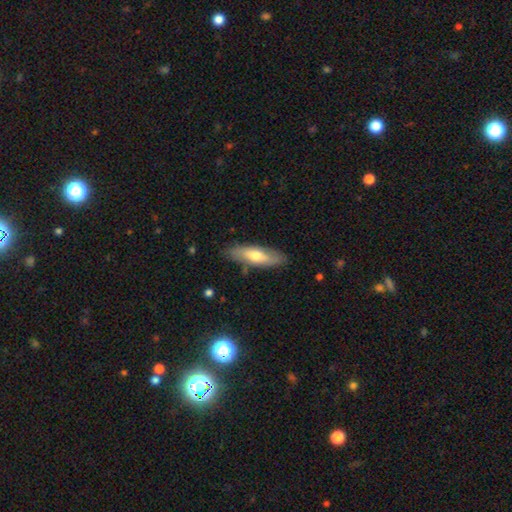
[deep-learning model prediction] Smooth or featured: smooth — 55% (featured or disk — 39%)
How rounded: in between — 57% (cigar-shaped — 41%)
Merging: none — 81% (minor disturbance — 14%)